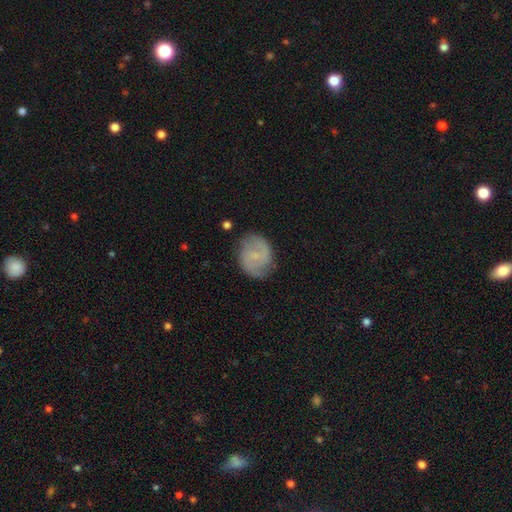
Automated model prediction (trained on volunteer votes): The model was most divided on "bar": no: 46%, weak: 45%, strong: 9%. Remaining: edge-on disk — no (98%); spiral arms — yes (91%); spiral arm count — 2 (84%); merging — none (76%); bulge size — small (69%); smooth or featured — featured or disk (66%); spiral winding — medium (48%).